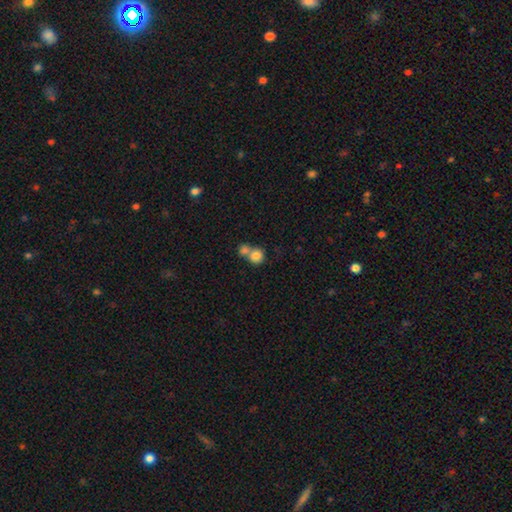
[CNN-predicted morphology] smooth 81%, featured or disk 11%, star or artifact 9%. Down the decision tree: how rounded — round (79%); merging — merger (60%).